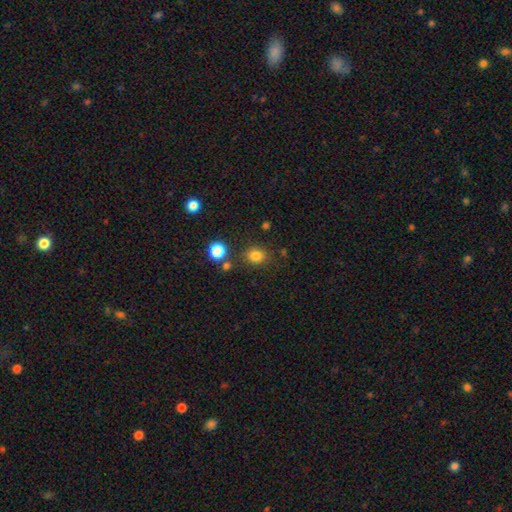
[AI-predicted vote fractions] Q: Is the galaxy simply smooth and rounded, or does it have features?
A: smooth — 81%.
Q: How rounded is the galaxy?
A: round — 67%.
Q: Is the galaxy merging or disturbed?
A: none — 80%.